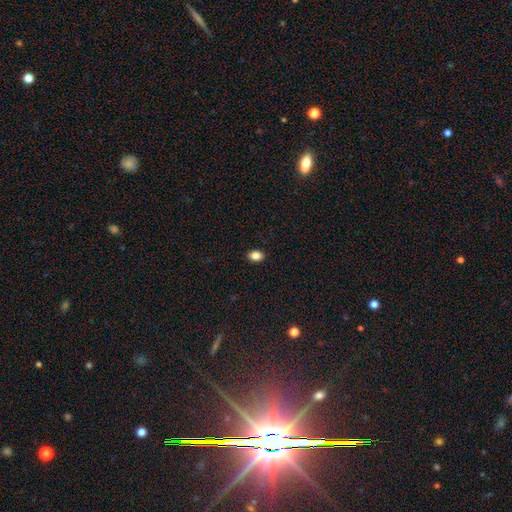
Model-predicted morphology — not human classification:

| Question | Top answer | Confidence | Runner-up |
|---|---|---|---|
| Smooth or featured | smooth | 85% | star or artifact (10%) |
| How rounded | in between | 78% | round (20%) |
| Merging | none | 89% | minor disturbance (8%) |